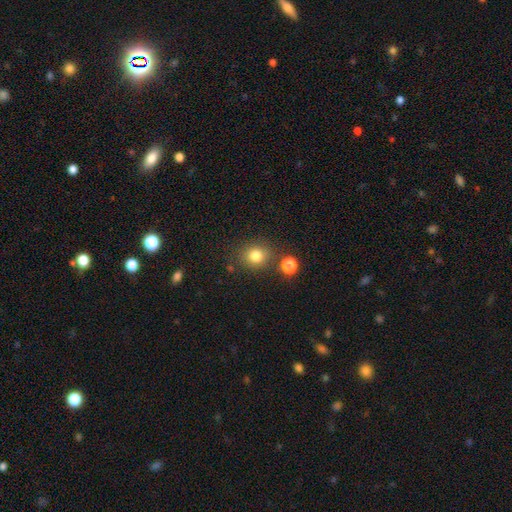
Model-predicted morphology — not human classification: smooth-or-featured: smooth: 81% | star or artifact: 13% | featured or disk: 6%
  how-rounded: round: 79% | in between: 20% | cigar-shaped: 1%
  merging: none: 78% | minor disturbance: 10% | merger: 7% | major disturbance: 4%